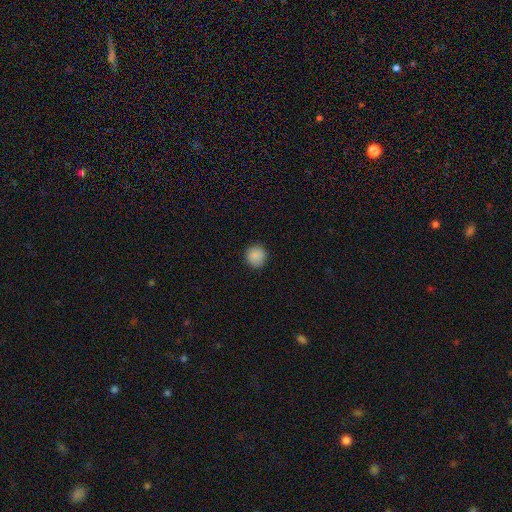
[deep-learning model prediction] Q: Smooth or featured?
A: smooth (87%); runner-up: star or artifact (9%)
Q: How rounded?
A: round (94%); runner-up: in between (5%)
Q: Merging?
A: none (90%); runner-up: minor disturbance (7%)